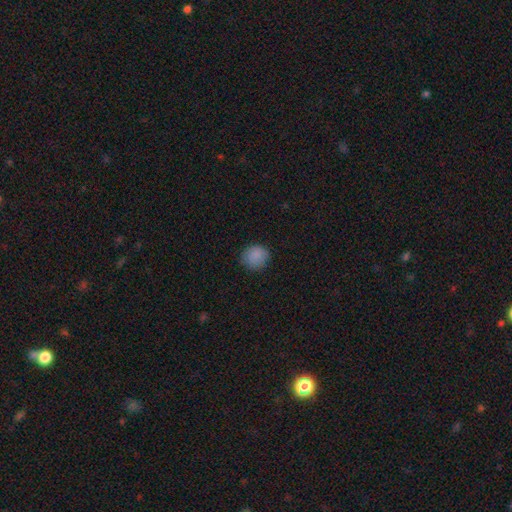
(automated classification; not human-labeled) smooth 87%, star or artifact 10%, featured or disk 4%. Down the decision tree: how rounded — round (85%); merging — none (85%).